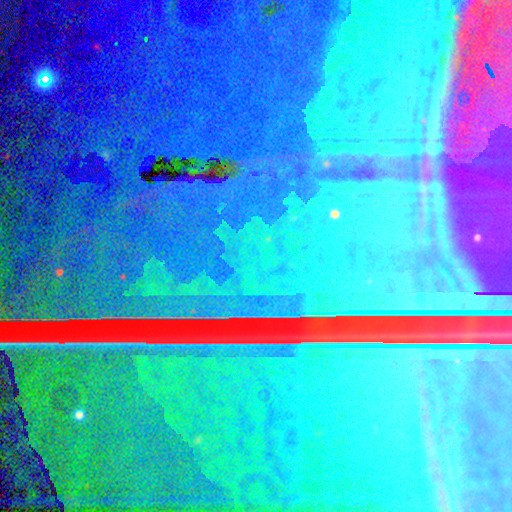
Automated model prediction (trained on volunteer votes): smooth-or-featured: star or artifact: 86% | featured or disk: 8% | smooth: 6%